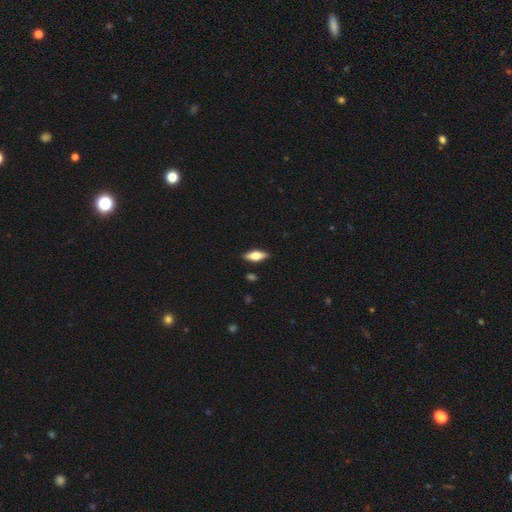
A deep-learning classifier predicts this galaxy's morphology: smooth_or_featured: smooth (p=0.60) [alt: featured or disk p=0.34]
how_rounded: in between (p=0.72) [alt: cigar-shaped p=0.26]
merging: none (p=0.88) [alt: minor disturbance p=0.09]